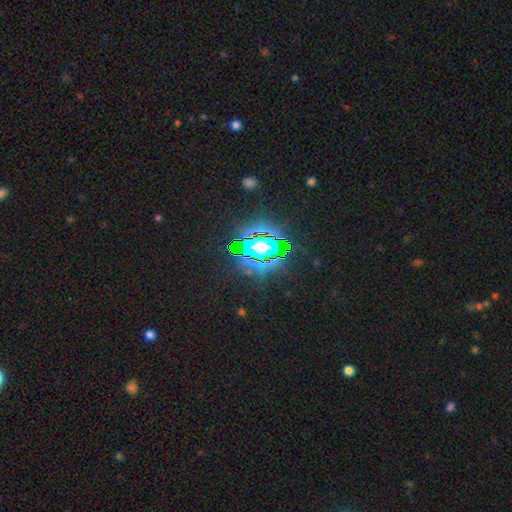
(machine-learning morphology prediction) type=star or artifact (83%).